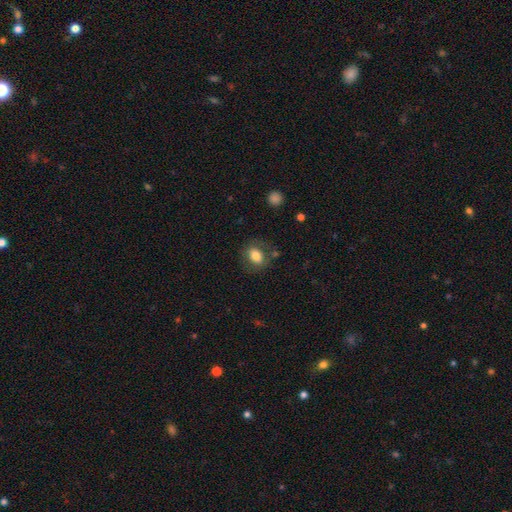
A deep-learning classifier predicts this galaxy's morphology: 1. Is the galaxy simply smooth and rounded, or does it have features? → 77% smooth, 15% featured or disk, 8% star or artifact.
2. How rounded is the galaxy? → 66% in between, 33% round, 1% cigar-shaped.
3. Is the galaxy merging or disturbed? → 74% none, 16% minor disturbance, 8% major disturbance, 3% merger.